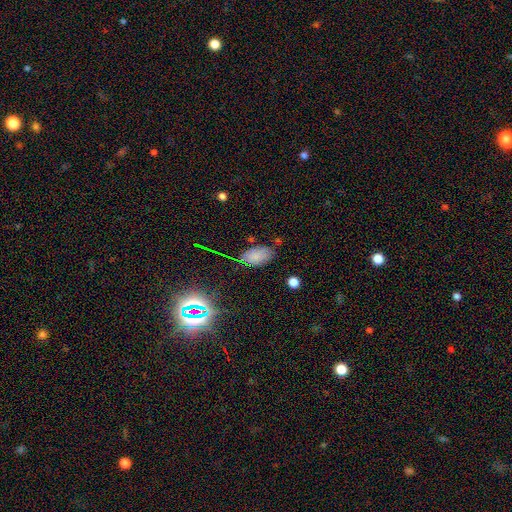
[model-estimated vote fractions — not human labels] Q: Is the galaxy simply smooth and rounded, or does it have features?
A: smooth — 71%.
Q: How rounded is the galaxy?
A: in between — 93%.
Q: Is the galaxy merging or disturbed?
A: none — 74%.